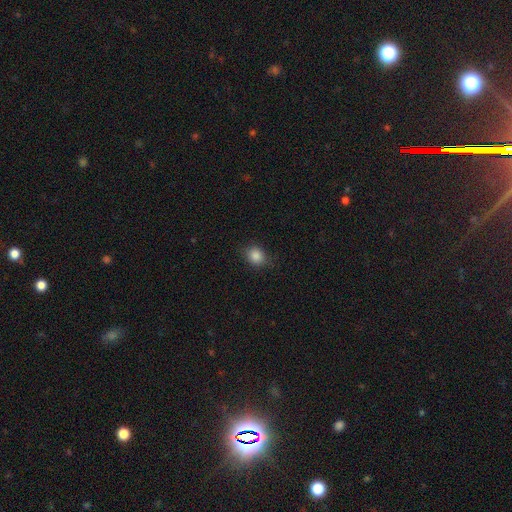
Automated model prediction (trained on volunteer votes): Overall: smooth (86%). How rounded: round (59%; in between 39%). Merging: none (81%).